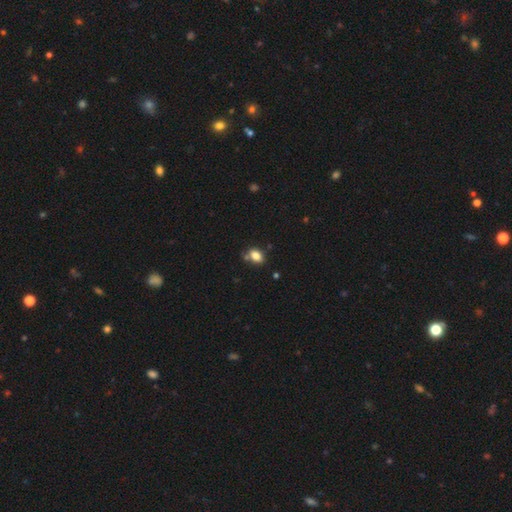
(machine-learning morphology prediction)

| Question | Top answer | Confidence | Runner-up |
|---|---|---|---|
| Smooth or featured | smooth | 82% | star or artifact (10%) |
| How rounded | in between | 78% | round (20%) |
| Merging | none | 68% | minor disturbance (17%) |